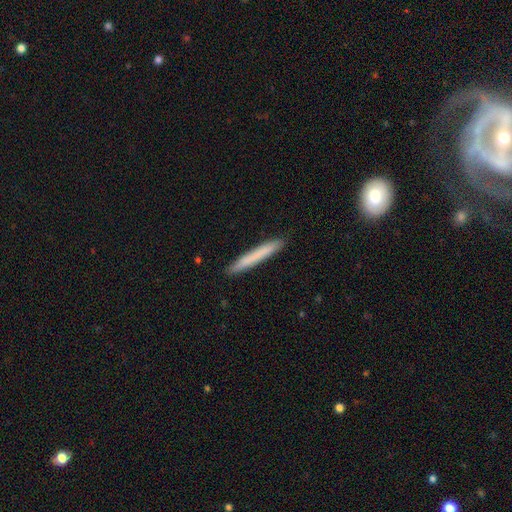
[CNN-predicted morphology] Q: Smooth or featured?
A: smooth (74%); runner-up: featured or disk (20%)
Q: How rounded?
A: cigar-shaped (97%); runner-up: in between (2%)
Q: Merging?
A: none (92%); runner-up: minor disturbance (6%)